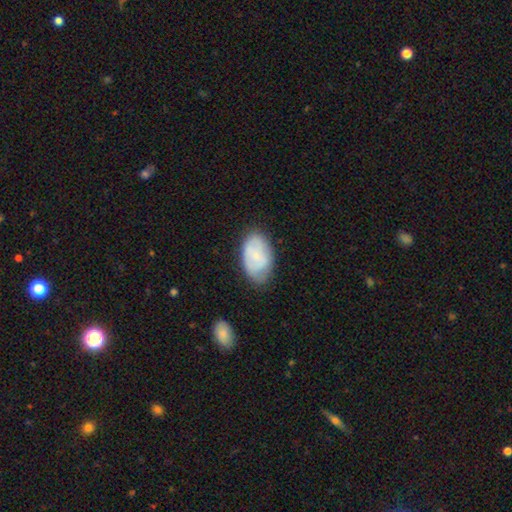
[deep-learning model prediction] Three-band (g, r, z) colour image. It shows a smooth galaxy with no disk features (64%) that is in between round and cigar-shaped (92%). Merging: none (68%).